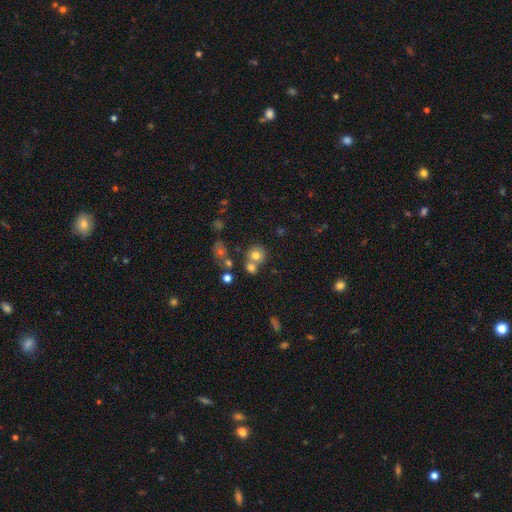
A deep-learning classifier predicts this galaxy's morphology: A smooth galaxy with no disk features (73%) that is round (82%).

Vote fractions:
- Smooth or featured? smooth: 73% / featured or disk: 14% / star or artifact: 13%
- How rounded? round: 82% / in between: 17% / cigar-shaped: 1%
- Merging? none: 49% / merger: 39% / minor disturbance: 9% / major disturbance: 4%